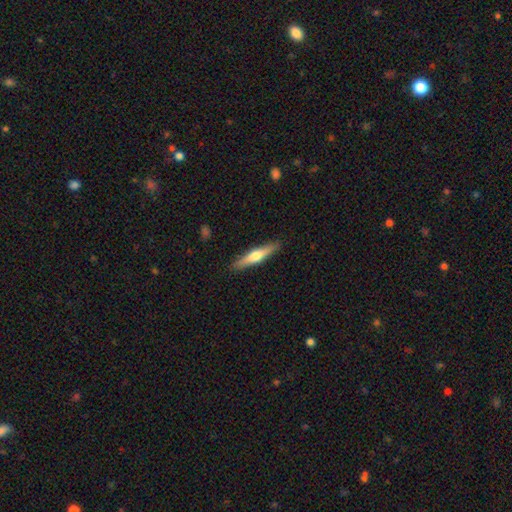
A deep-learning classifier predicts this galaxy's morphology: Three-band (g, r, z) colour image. It shows a featured or disk galaxy (51%) viewed edge-on (96%). Merging: none (90%).